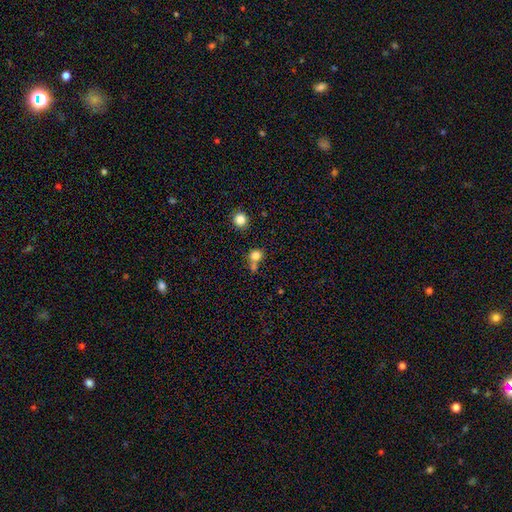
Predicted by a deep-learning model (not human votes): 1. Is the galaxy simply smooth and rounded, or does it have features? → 79% smooth, 13% star or artifact, 8% featured or disk.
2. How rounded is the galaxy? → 81% round, 18% in between, 1% cigar-shaped.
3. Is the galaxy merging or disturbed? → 52% none, 33% merger, 10% minor disturbance, 5% major disturbance.